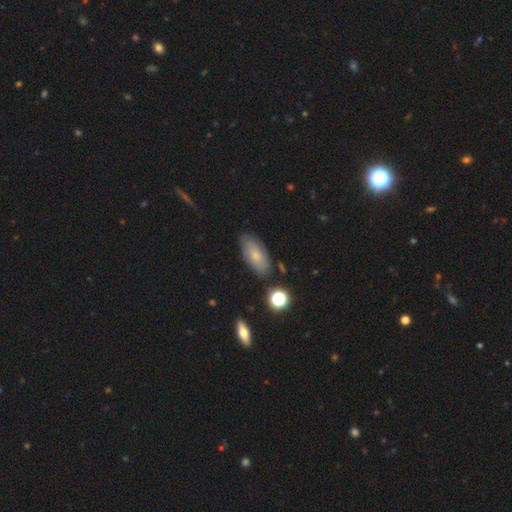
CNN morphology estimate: This appears to be a smooth galaxy with no disk features (69%) that is in between round and cigar-shaped (88%). Merging: none (80%).